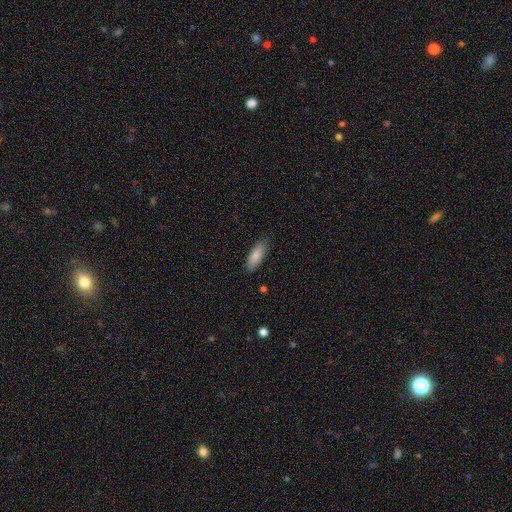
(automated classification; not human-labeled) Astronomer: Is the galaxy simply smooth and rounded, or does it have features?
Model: smooth — 87%.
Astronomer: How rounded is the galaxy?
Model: in between — 66%.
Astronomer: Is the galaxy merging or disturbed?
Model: none — 83%.